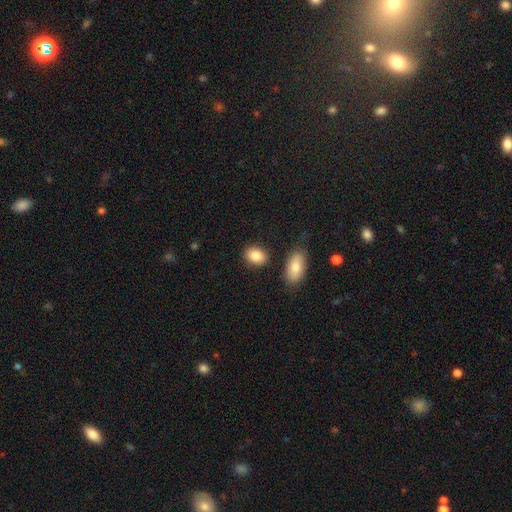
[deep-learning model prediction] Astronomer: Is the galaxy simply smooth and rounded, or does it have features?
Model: smooth — 87%.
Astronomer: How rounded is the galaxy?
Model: in between — 74%.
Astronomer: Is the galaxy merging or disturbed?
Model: none — 81%.